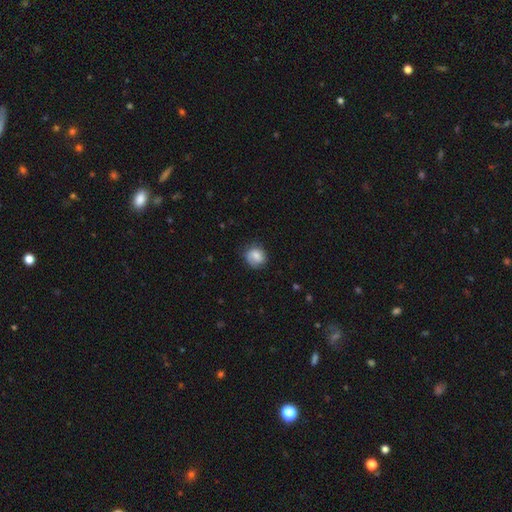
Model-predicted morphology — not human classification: type=smooth (72%); roundness=round (82%); merging=none (71%).